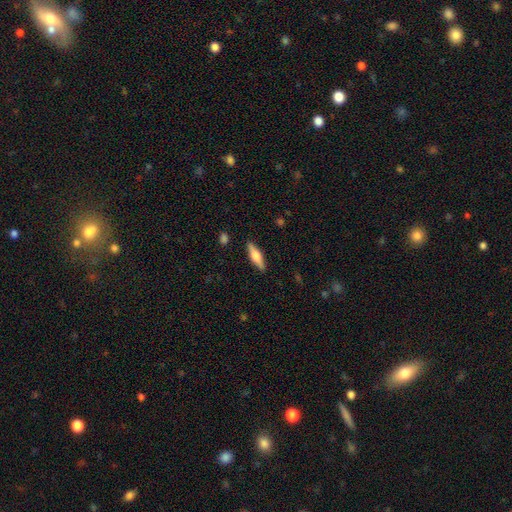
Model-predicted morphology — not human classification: Overall: smooth (49%; featured or disk 45%). Merging: none (89%).